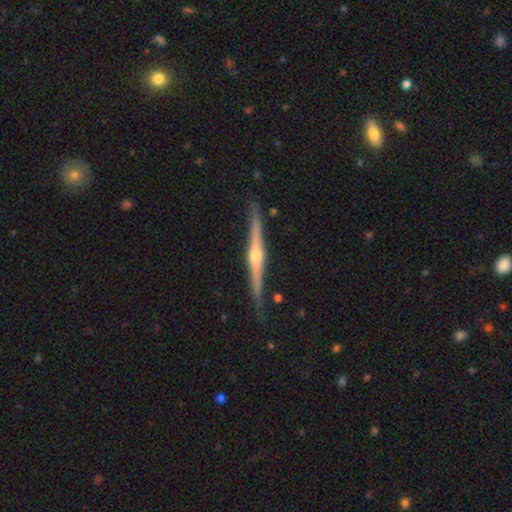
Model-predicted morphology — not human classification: featured or disk 82%, smooth 14%, star or artifact 5%. Down the decision tree: edge-on disk — yes (98%); edge-on bulge — rounded (93%); merging — none (85%).